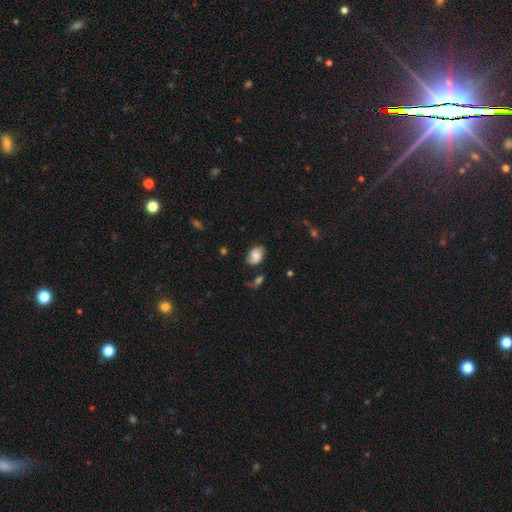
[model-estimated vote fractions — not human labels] Smooth or featured?
  - smooth: 75% *
  - featured or disk: 17%
  - star or artifact: 9%
How rounded?
  - in between: 82% *
  - round: 17%
  - cigar-shaped: 1%
Merging?
  - none: 65% *
  - minor disturbance: 24%
  - major disturbance: 8%
  - merger: 4%